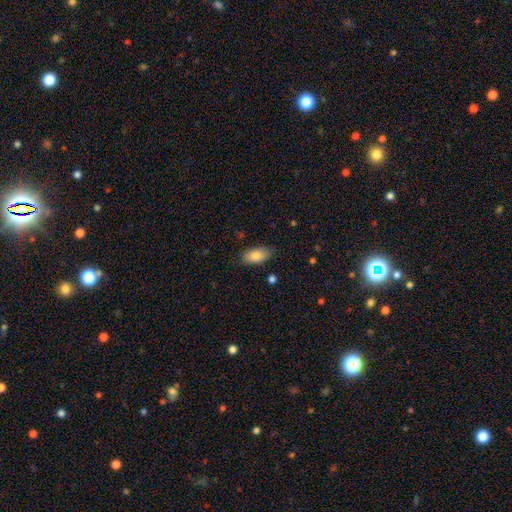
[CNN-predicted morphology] Smooth or featured: smooth — 85% (featured or disk — 9%)
How rounded: in between — 91% (cigar-shaped — 6%)
Merging: none — 83% (minor disturbance — 13%)